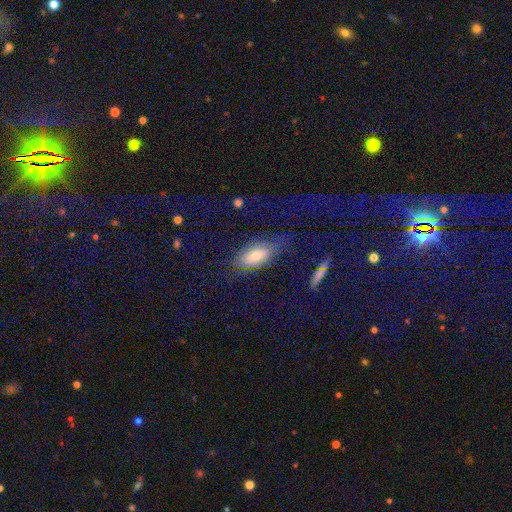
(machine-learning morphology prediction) Q: Smooth or featured?
A: smooth (47%); runner-up: featured or disk (37%)
Q: Merging?
A: none (62%); runner-up: minor disturbance (20%)